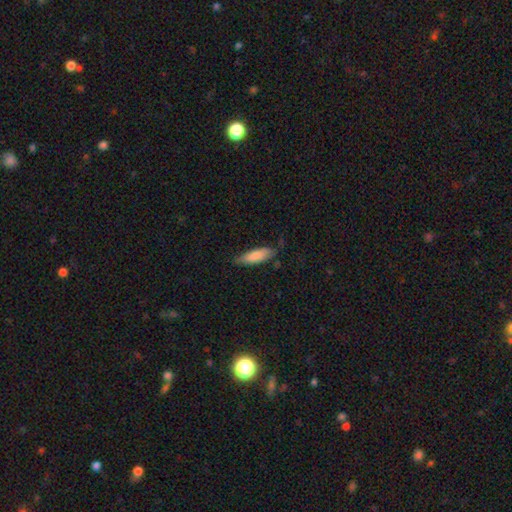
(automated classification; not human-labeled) Smooth or featured? smooth (84%)
How rounded? cigar-shaped (50%)
Merging? none (73%)